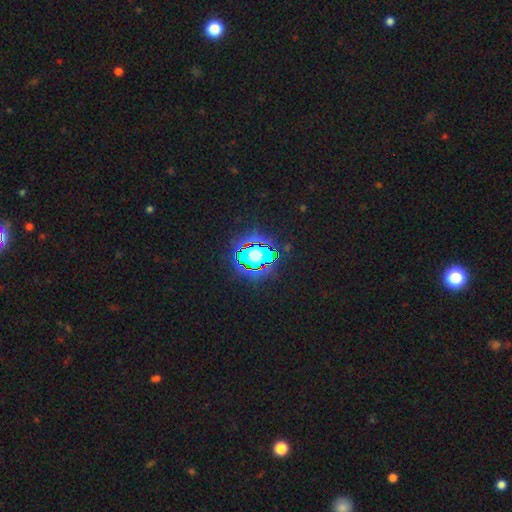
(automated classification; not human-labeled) Q: Smooth or featured?
A: star or artifact (60%); runner-up: smooth (25%)